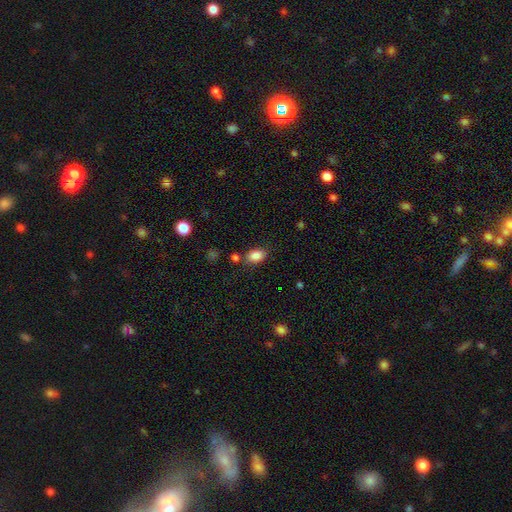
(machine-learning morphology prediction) Q: Smooth or featured?
A: smooth (86%); runner-up: star or artifact (9%)
Q: How rounded?
A: in between (85%); runner-up: round (13%)
Q: Merging?
A: none (77%); runner-up: minor disturbance (13%)